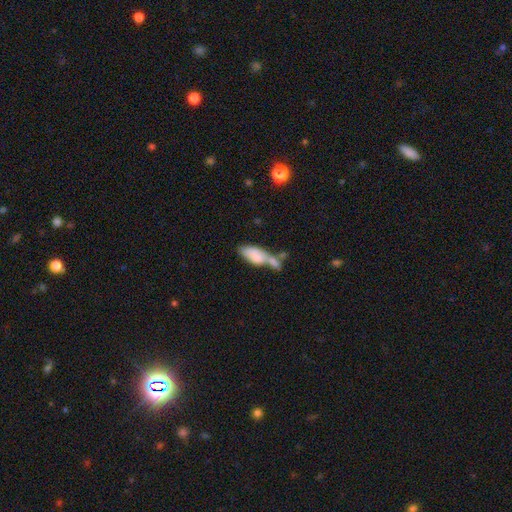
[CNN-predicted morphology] smooth_or_featured: smooth (p=0.74) [alt: featured or disk p=0.19]
how_rounded: in between (p=0.78) [alt: cigar-shaped p=0.19]
merging: merger (p=0.50) [alt: none p=0.24]